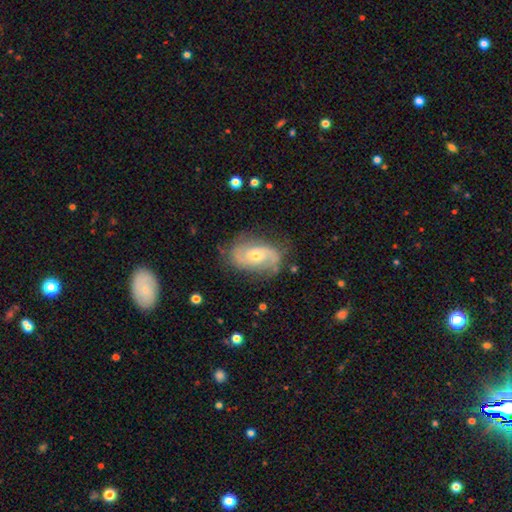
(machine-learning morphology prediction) This is likely a featured or disk galaxy (80%). It is clearly not viewed edge-on (96%). Bar: possibly no (55%). Spiral arm pattern: clearly yes (92%). Spiral arm count: likely 2 (75%). Spiral winding: marginally medium (45%). Central bulge: possibly small (49%). Merging: likely none (70%).